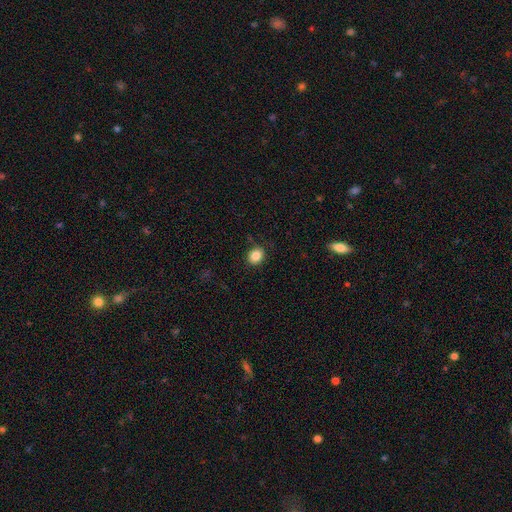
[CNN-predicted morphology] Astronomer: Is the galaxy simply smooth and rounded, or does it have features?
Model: smooth — 86%.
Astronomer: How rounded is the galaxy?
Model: round — 61% (runner-up: in between, 38%).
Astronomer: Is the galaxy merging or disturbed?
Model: none — 86%.